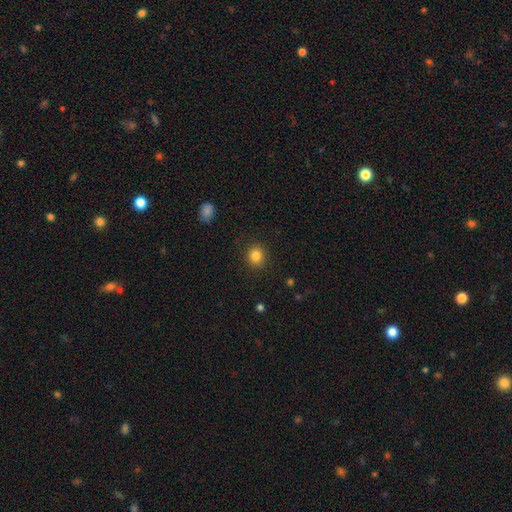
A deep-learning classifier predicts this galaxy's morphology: Overall: smooth (84%). How rounded: round (79%). Merging: none (89%).